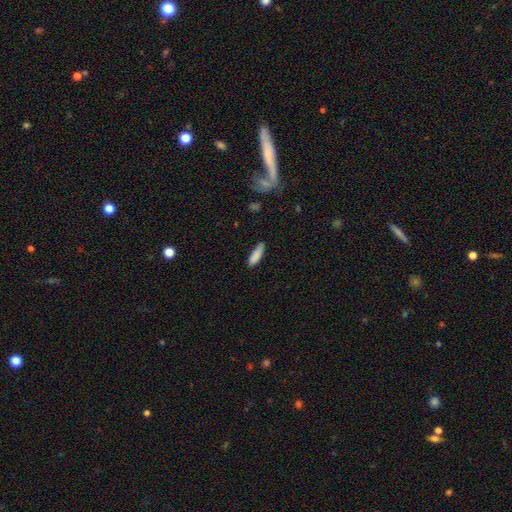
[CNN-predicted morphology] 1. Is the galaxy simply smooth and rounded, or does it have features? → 87% smooth, 7% star or artifact, 6% featured or disk.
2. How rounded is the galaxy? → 57% cigar-shaped, 41% in between, 2% round.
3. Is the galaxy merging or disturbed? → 77% none, 18% minor disturbance, 3% major disturbance, 2% merger.